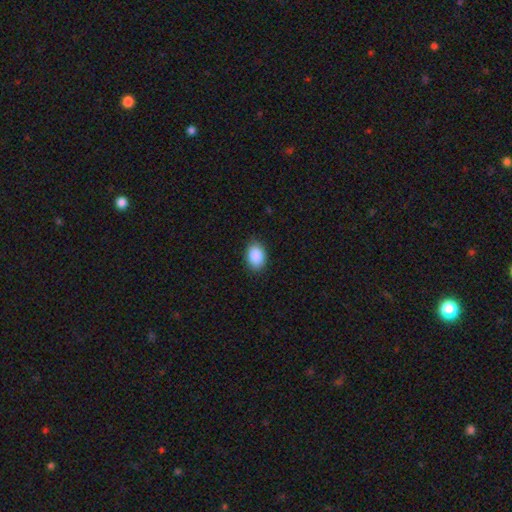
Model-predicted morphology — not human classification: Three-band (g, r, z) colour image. It shows a smooth galaxy with no disk features (89%) that is in between round and cigar-shaped (81%). Merging: none (85%).